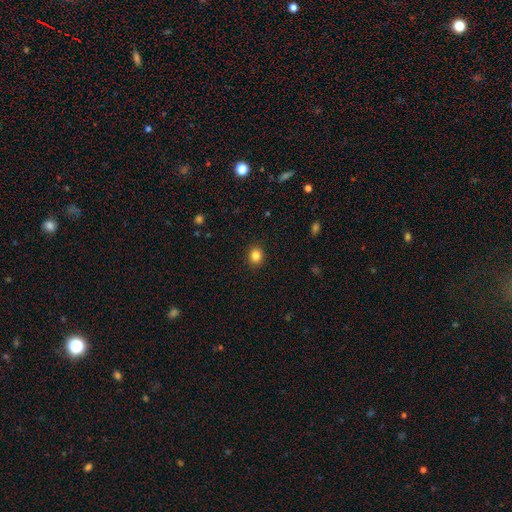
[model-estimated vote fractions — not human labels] Morphology: type=smooth (84%); roundness=round (80%); merging=none (91%).